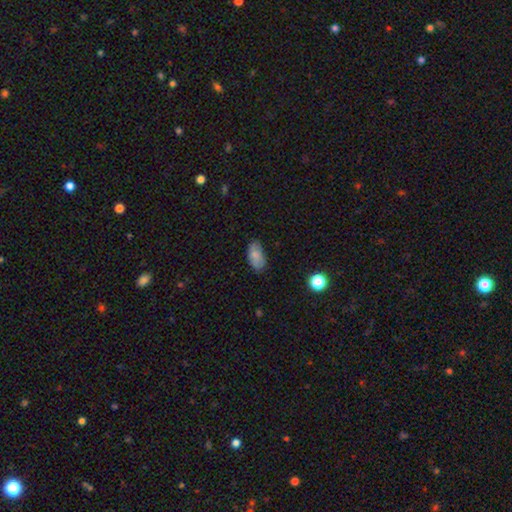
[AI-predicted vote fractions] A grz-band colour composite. It shows a smooth galaxy with no disk features (81%) that is in between round and cigar-shaped (93%). Merging: none (75%).